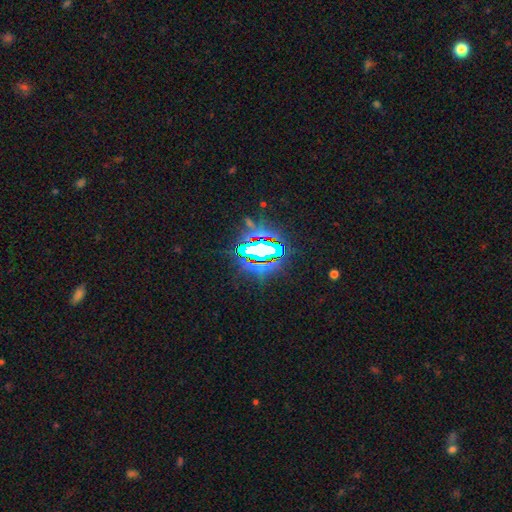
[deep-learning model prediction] Overall: star or artifact (69%).